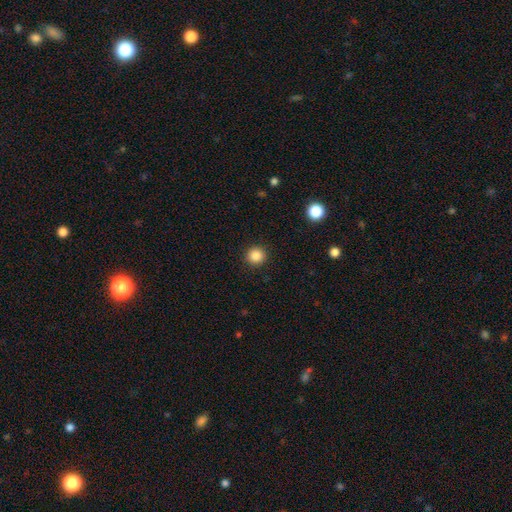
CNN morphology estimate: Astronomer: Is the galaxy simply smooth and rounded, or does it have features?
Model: smooth — 86%.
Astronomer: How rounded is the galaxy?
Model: round — 94%.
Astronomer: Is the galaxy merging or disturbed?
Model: none — 92%.